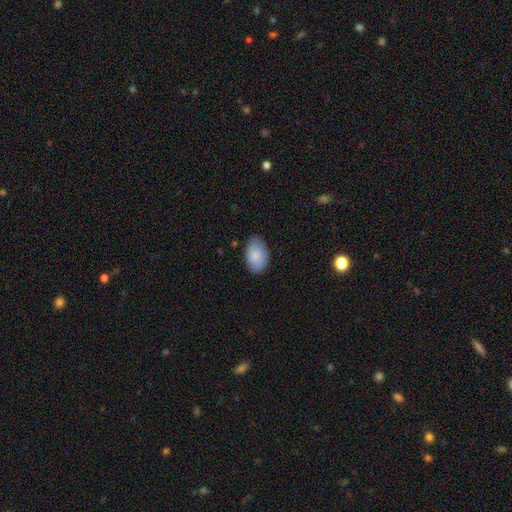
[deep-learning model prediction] A smooth galaxy with no disk features (86%) that is in between round and cigar-shaped (91%).

Vote fractions:
- Smooth or featured? smooth: 86% / featured or disk: 8% / star or artifact: 6%
- How rounded? in between: 91% / round: 8% / cigar-shaped: 1%
- Merging? none: 82% / minor disturbance: 15% / major disturbance: 3% / merger: 1%